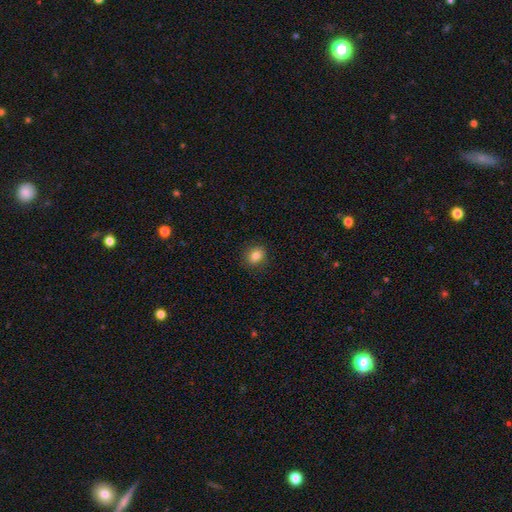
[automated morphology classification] A smooth galaxy with no disk features (83%) that is in between round and cigar-shaped (52%).

Vote fractions:
- Smooth or featured? smooth: 83% / star or artifact: 10% / featured or disk: 7%
- How rounded? in between: 52% / round: 47% / cigar-shaped: 1%
- Merging? none: 86% / minor disturbance: 10% / major disturbance: 3% / merger: 1%